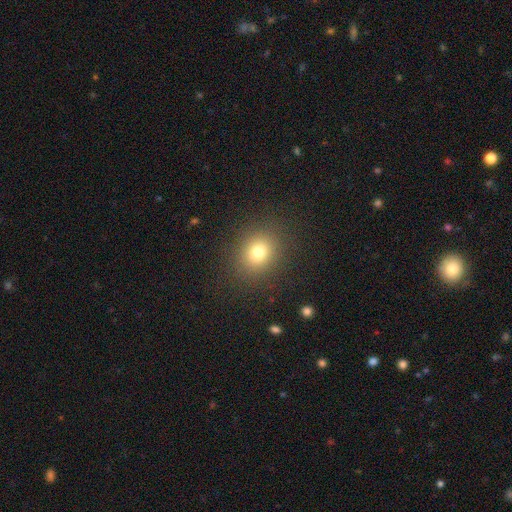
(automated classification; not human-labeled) A smooth galaxy with no disk features (75%) that is round (70%). Merging: none (90%).